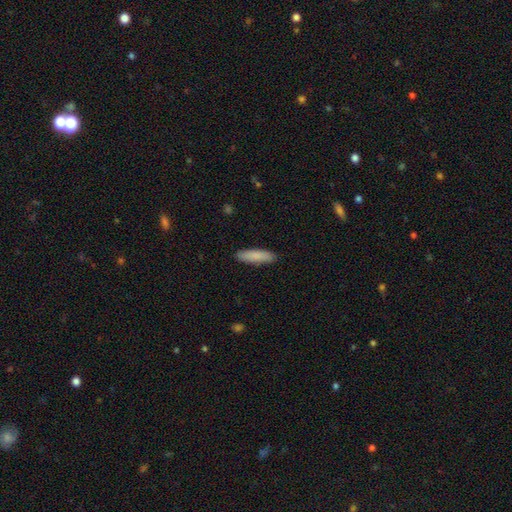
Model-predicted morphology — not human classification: smooth_or_featured: smooth (p=0.86) [alt: featured or disk p=0.08]
how_rounded: cigar-shaped (p=0.68) [alt: in between p=0.31]
merging: none (p=0.89) [alt: minor disturbance p=0.08]